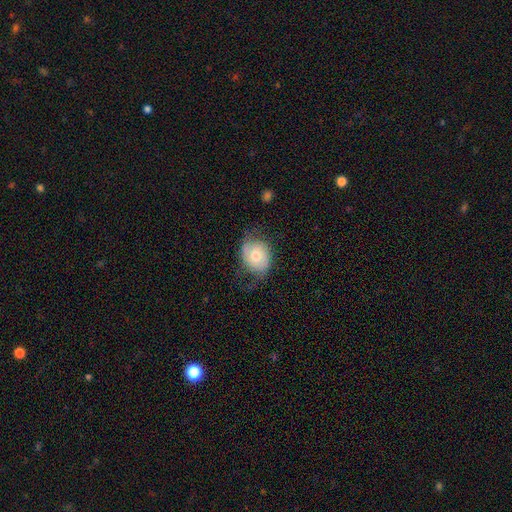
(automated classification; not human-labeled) Smooth or featured? smooth (50%)
Merging? none (57%)